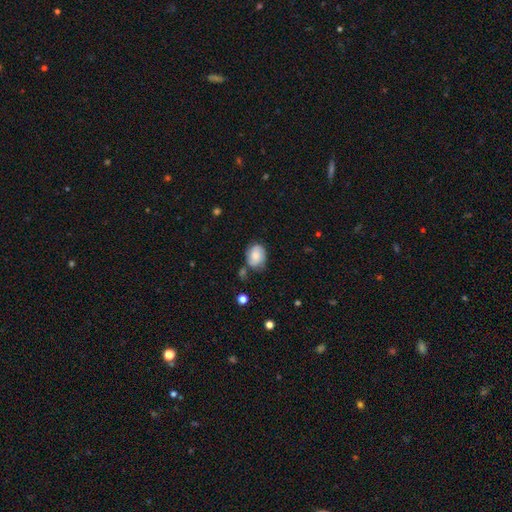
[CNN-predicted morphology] Q: Smooth or featured?
A: smooth (67%); runner-up: featured or disk (24%)
Q: How rounded?
A: in between (65%); runner-up: round (34%)
Q: Merging?
A: none (57%); runner-up: minor disturbance (27%)